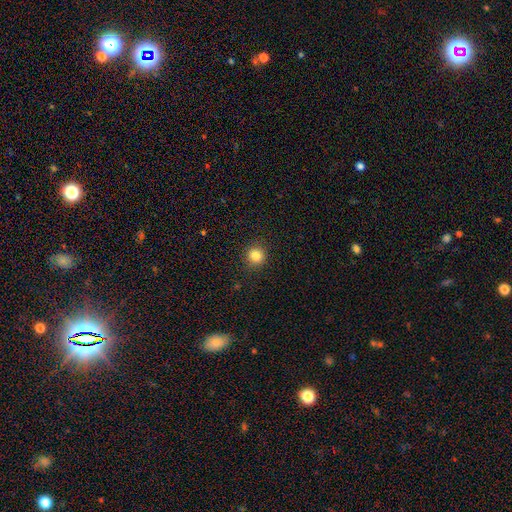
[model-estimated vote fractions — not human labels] A smooth galaxy with no disk features (84%) that is round (92%).

Vote fractions:
- Smooth or featured? smooth: 84% / star or artifact: 11% / featured or disk: 5%
- How rounded? round: 92% / in between: 7% / cigar-shaped: 1%
- Merging? none: 90% / minor disturbance: 7% / major disturbance: 2% / merger: 1%